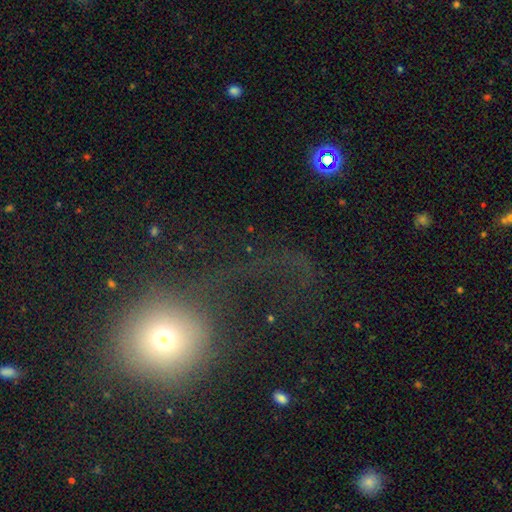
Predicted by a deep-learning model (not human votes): Morphology: type=smooth (54%); roundness=round (88%); merging=major disturbance (44%).